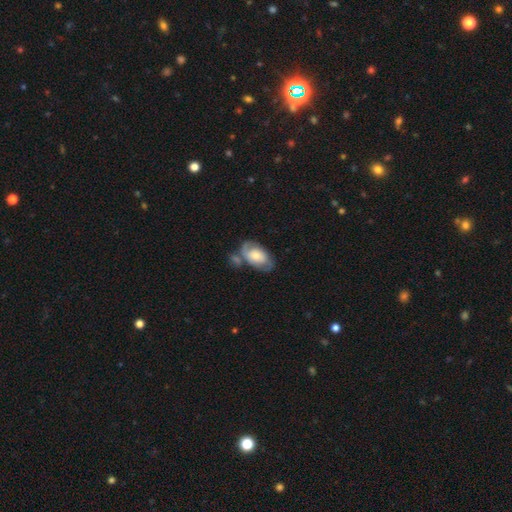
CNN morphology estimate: Smooth or featured: featured or disk — 49% (smooth — 45%)
Merging: none — 44% (minor disturbance — 22%)